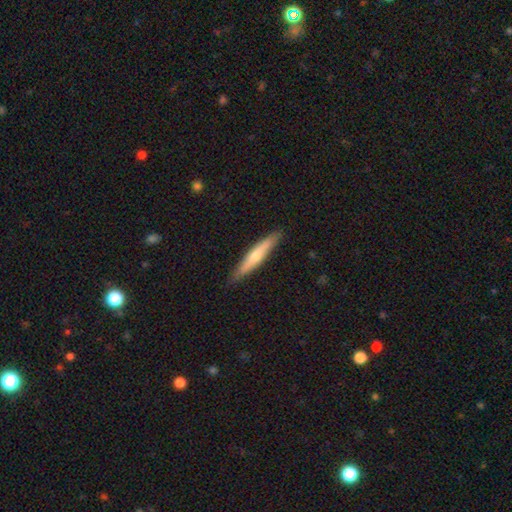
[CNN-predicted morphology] Smooth or featured: featured or disk — 47% (tied with smooth — 47%)
Merging: none — 88% (minor disturbance — 9%)